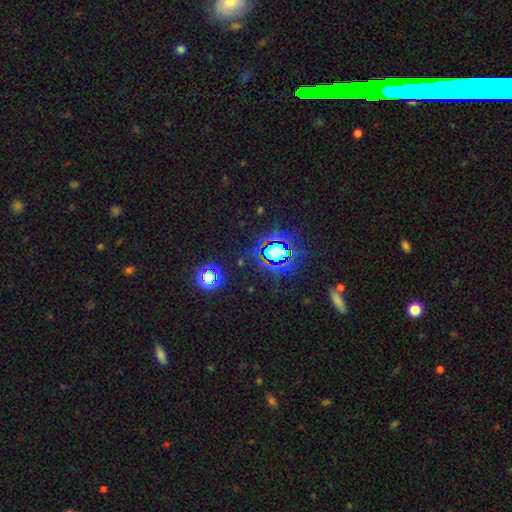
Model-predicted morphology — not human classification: type=star or artifact (79%).